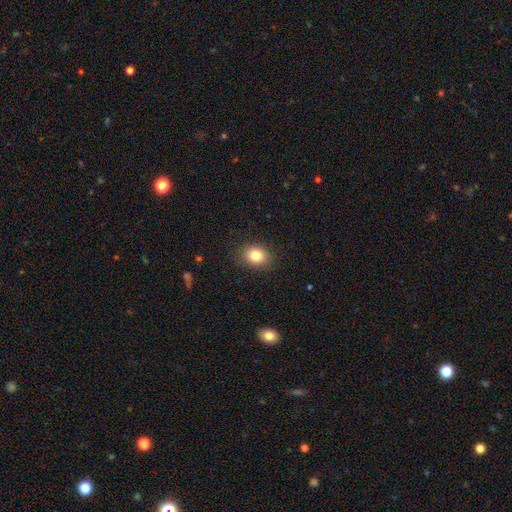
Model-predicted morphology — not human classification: Smooth or featured? Predicted: smooth (p=0.82). How rounded? Predicted: round (p=0.52). Merging? Predicted: none (p=0.87).